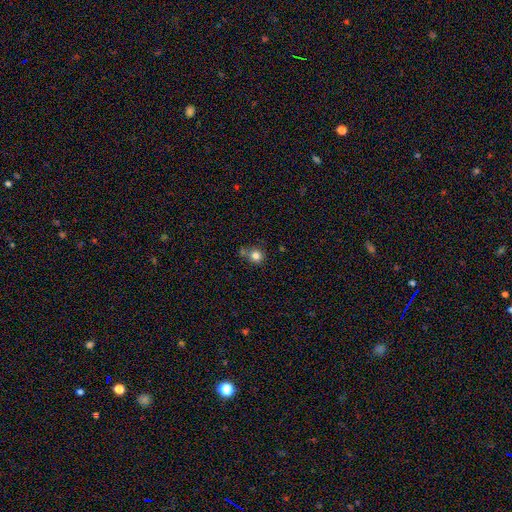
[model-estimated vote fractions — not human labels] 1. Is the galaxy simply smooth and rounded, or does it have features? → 81% smooth, 12% star or artifact, 7% featured or disk.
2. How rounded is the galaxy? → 89% round, 10% in between, 1% cigar-shaped.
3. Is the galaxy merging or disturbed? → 61% none, 21% merger, 14% minor disturbance, 5% major disturbance.